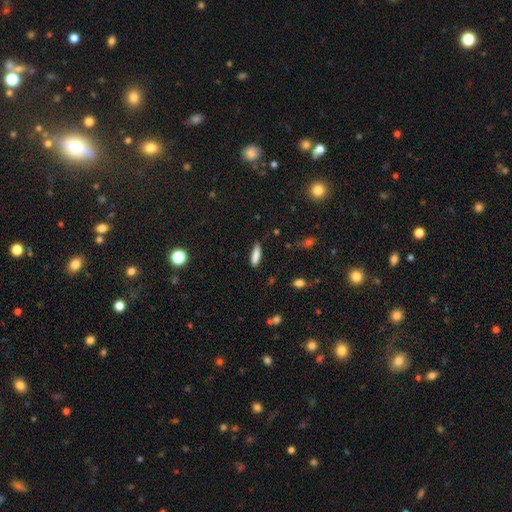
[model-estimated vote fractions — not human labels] Overall: smooth (83%). How rounded: cigar-shaped (63%; in between 36%). Merging: none (80%).